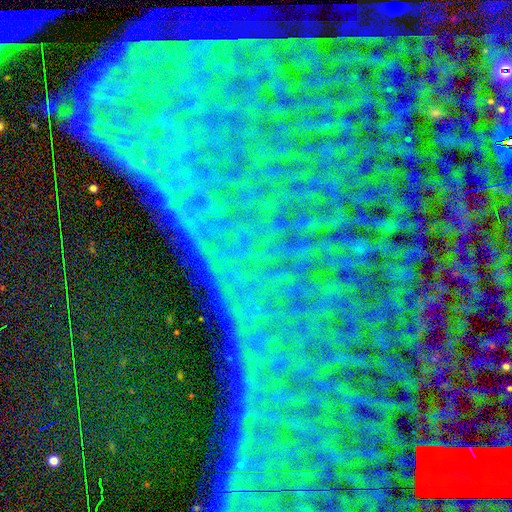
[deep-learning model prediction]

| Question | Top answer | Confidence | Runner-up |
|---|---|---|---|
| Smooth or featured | star or artifact | 85% | featured or disk (8%) |